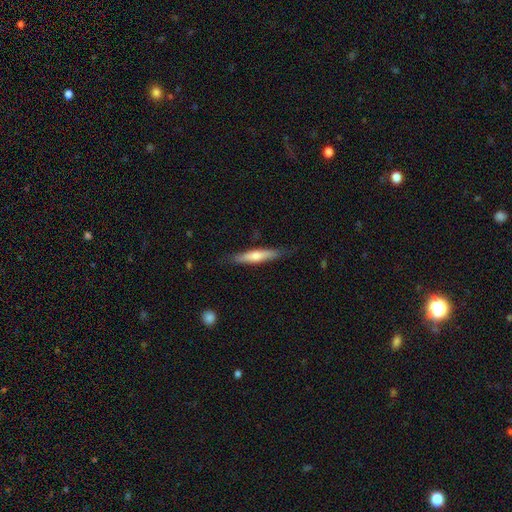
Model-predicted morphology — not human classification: smooth 53%, featured or disk 41%, star or artifact 5%. Down the decision tree: how rounded — cigar-shaped (89%); merging — none (82%).